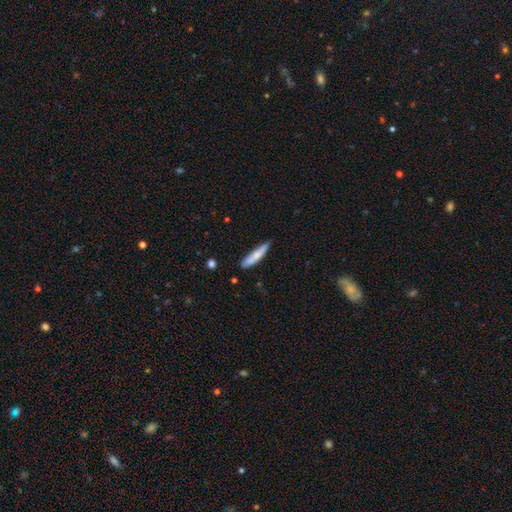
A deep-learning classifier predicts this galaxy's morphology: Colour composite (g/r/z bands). It shows a smooth galaxy with no disk features (73%) that is cigar-shaped (87%). Merging: none (69%).